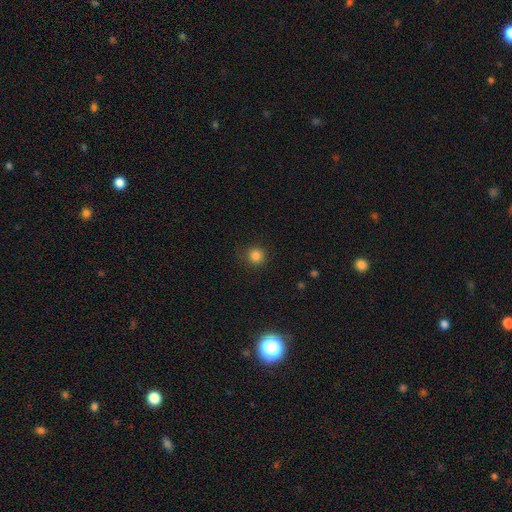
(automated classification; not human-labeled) This appears to be a smooth galaxy with no disk features (84%) that is round (93%). Merging: none (85%).